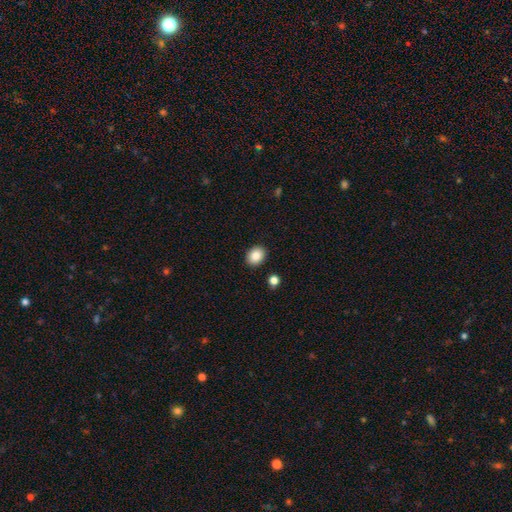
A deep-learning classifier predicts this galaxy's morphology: Smooth or featured? smooth (87%)
How rounded? in between (51%)
Merging? none (90%)